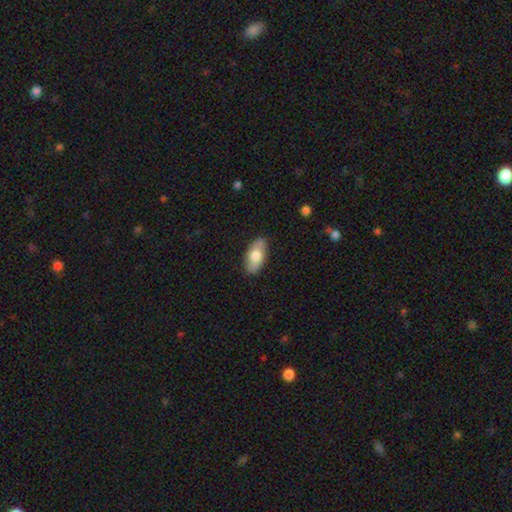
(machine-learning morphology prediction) smooth-or-featured: smooth: 72% | featured or disk: 22% | star or artifact: 6%
  how-rounded: in between: 90% | cigar-shaped: 6% | round: 3%
  merging: none: 85% | minor disturbance: 12% | major disturbance: 2% | merger: 1%